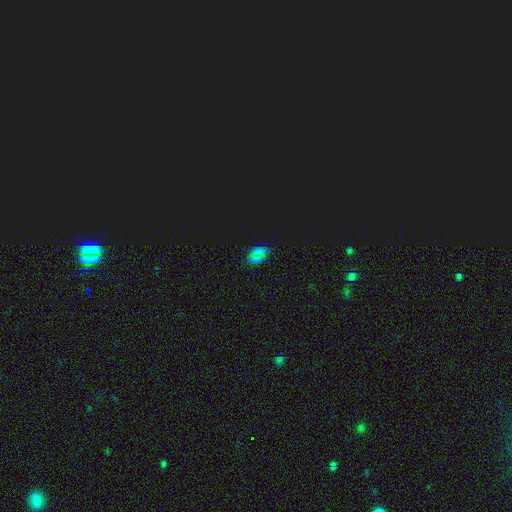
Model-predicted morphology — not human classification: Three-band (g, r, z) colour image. It shows a star or artifact, not a galaxy (47%).